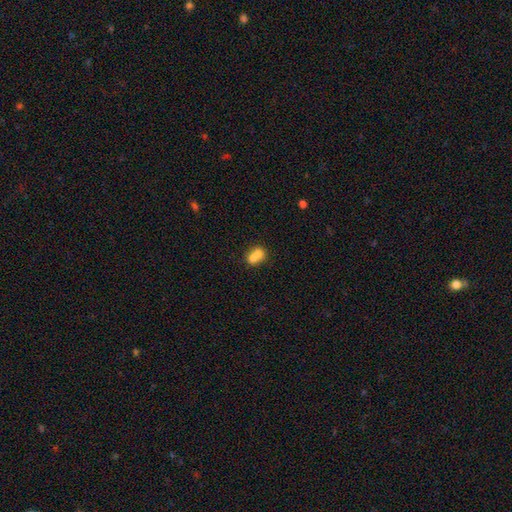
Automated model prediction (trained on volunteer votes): A smooth galaxy with no disk features (70%) that is round (61%).

Vote fractions:
- Smooth or featured? smooth: 70% / featured or disk: 20% / star or artifact: 10%
- How rounded? round: 61% / in between: 38% / cigar-shaped: 1%
- Merging? merger: 70% / none: 23% / minor disturbance: 5% / major disturbance: 3%